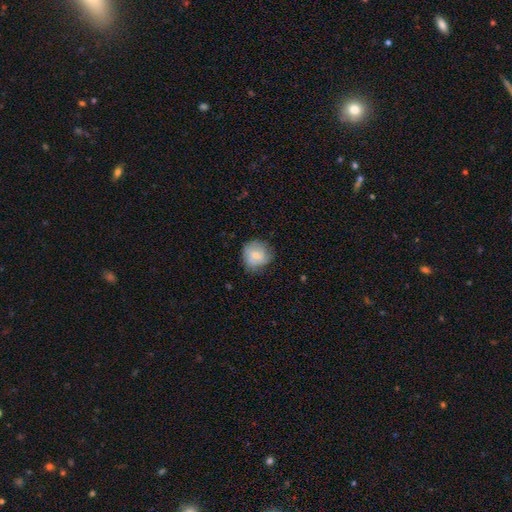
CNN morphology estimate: smooth_or_featured: smooth (p=0.65) [alt: featured or disk p=0.27]
how_rounded: round (p=0.85) [alt: in between p=0.14]
merging: none (p=0.66) [alt: minor disturbance p=0.26]